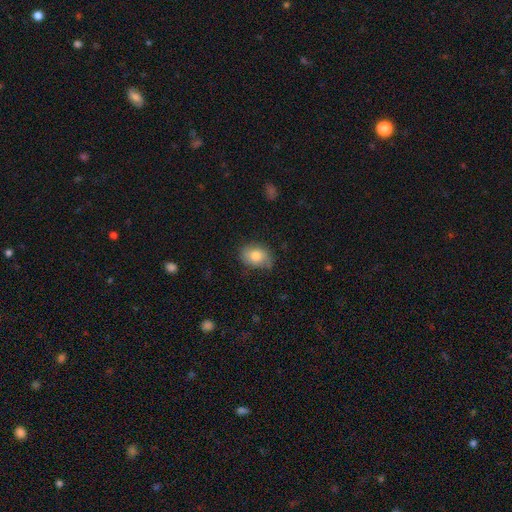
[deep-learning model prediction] Smooth or featured: smooth — 75% (featured or disk — 17%)
How rounded: in between — 69% (round — 30%)
Merging: none — 65% (minor disturbance — 27%)